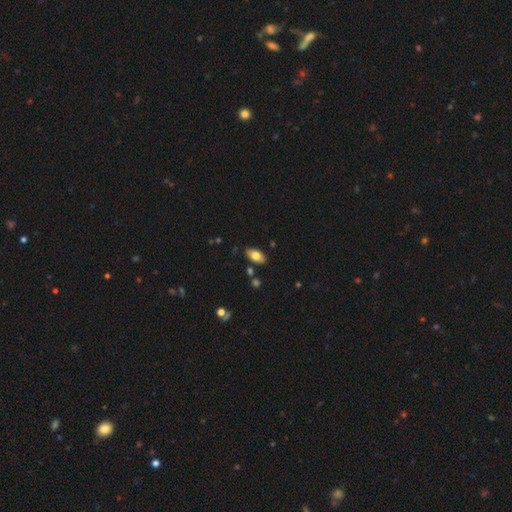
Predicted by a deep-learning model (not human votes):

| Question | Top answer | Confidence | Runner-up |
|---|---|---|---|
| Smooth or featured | smooth | 77% | featured or disk (16%) |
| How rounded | in between | 93% | round (4%) |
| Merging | none | 85% | minor disturbance (10%) |